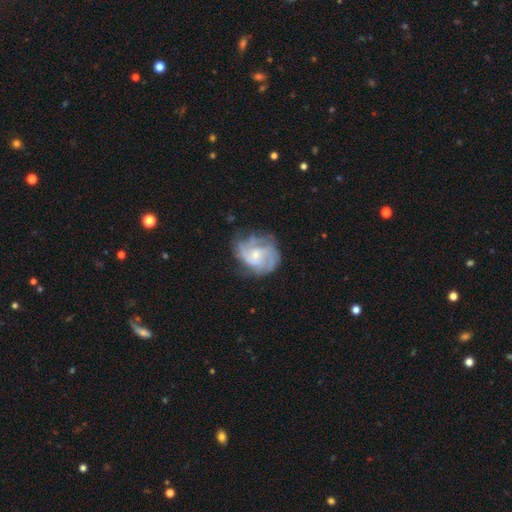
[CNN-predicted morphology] smooth_or_featured: featured or disk (p=0.83) [alt: smooth p=0.11]
disk_edge_on: no (p=0.98) [alt: yes p=0.02]
bar: no (p=0.63) [alt: weak p=0.32]
has_spiral_arms: yes (p=0.95) [alt: no p=0.05]
spiral_winding: tight (p=0.44) [tied with: medium p=0.44]
spiral_arm_count: 3 (p=0.33) [alt: 2 p=0.21]
bulge_size: small (p=0.56) [alt: moderate p=0.36]
merging: none (p=0.67) [alt: minor disturbance p=0.21]